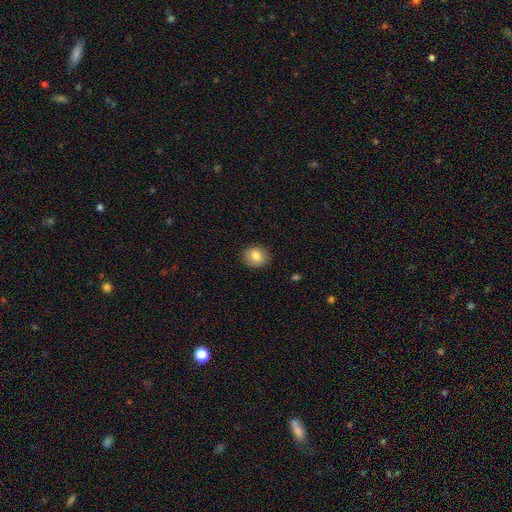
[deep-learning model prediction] Smooth or featured?
  - smooth: 80% *
  - featured or disk: 11%
  - star or artifact: 9%
How rounded?
  - round: 73% *
  - in between: 26%
  - cigar-shaped: 1%
Merging?
  - none: 89% *
  - minor disturbance: 8%
  - major disturbance: 2%
  - merger: 1%